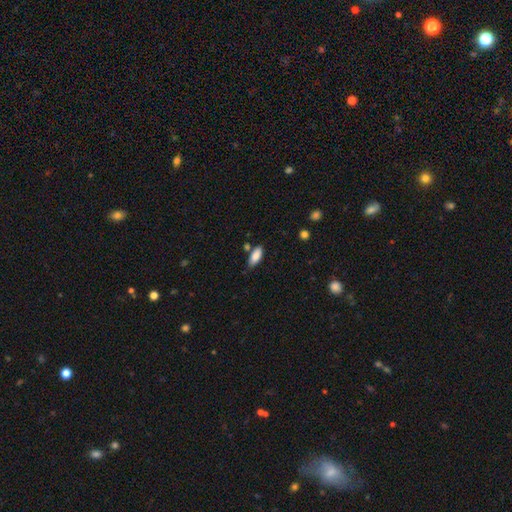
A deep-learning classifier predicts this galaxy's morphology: Smooth or featured: smooth — 86% (featured or disk — 7%)
How rounded: in between — 82% (cigar-shaped — 16%)
Merging: none — 74% (minor disturbance — 16%)